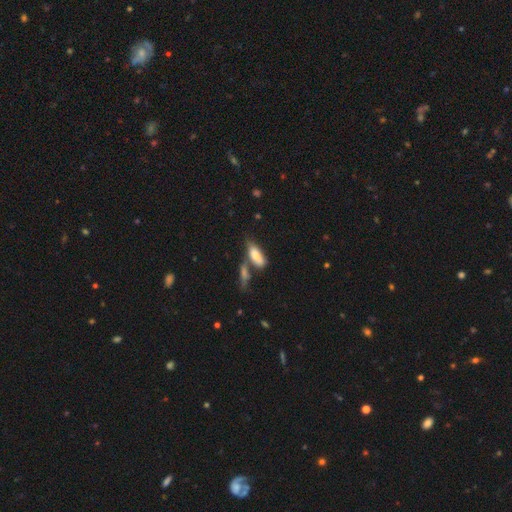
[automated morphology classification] Smooth or featured? Predicted: smooth (p=0.74). How rounded? Predicted: in between (p=0.76). Merging? Predicted: none (p=0.37).